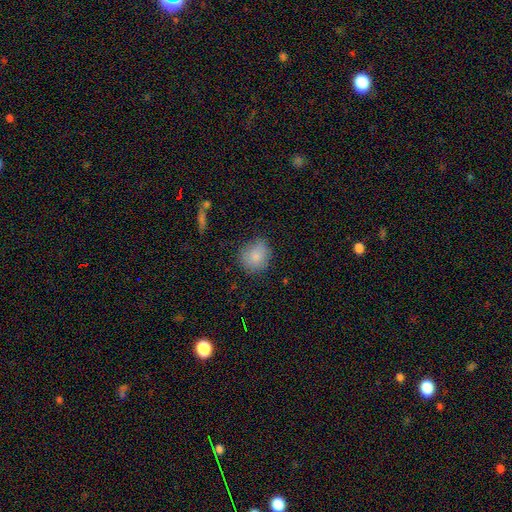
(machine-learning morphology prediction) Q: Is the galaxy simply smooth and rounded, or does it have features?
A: smooth — 84%.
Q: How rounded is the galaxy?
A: round — 79%.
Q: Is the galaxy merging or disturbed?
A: none — 73%.